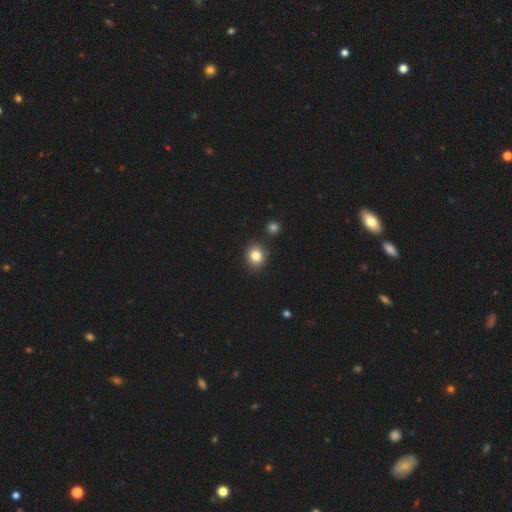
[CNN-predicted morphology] A smooth galaxy with no disk features (84%) that is round (74%). Merging: none (87%).